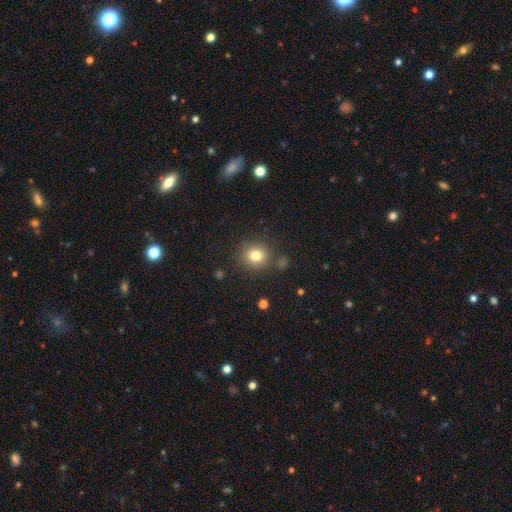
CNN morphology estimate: Smooth or featured? Predicted: smooth (p=0.79). How rounded? Predicted: round (p=0.88). Merging? Predicted: none (p=0.83).